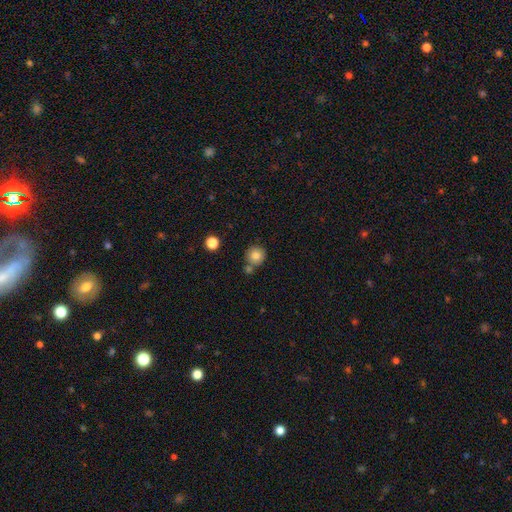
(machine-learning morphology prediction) A smooth galaxy with no disk features (81%) that is round (93%).

Vote fractions:
- Smooth or featured? smooth: 81% / star or artifact: 11% / featured or disk: 9%
- How rounded? round: 93% / in between: 6% / cigar-shaped: 1%
- Merging? none: 67% / merger: 20% / minor disturbance: 10% / major disturbance: 3%